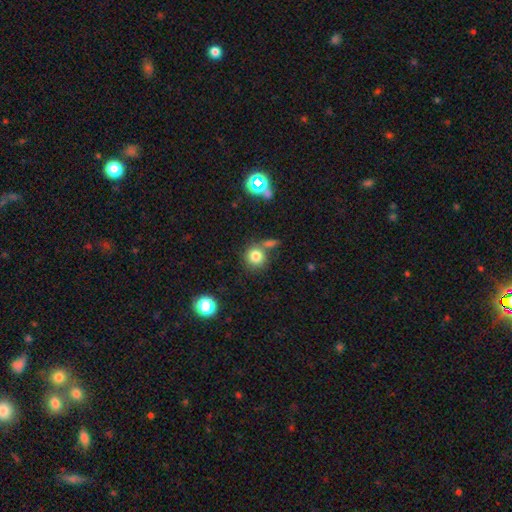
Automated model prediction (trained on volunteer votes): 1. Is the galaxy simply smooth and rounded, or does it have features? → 79% smooth, 13% star or artifact, 8% featured or disk.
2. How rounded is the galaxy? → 89% round, 10% in between, 1% cigar-shaped.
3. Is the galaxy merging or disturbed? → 64% none, 21% merger, 11% minor disturbance, 5% major disturbance.